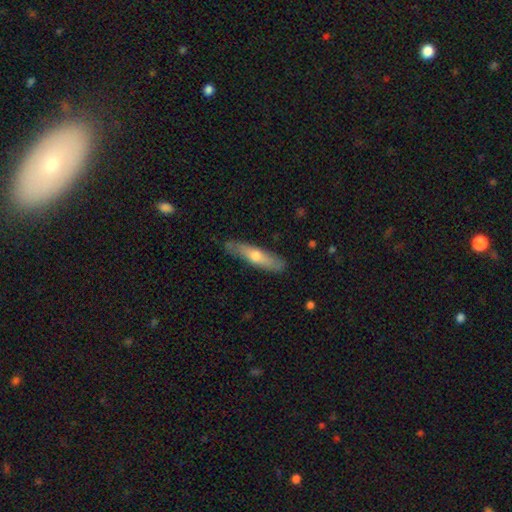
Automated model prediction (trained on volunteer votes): This is possibly a smooth galaxy (53%). How rounded: likely cigar-shaped (80%). Merging: likely none (80%).